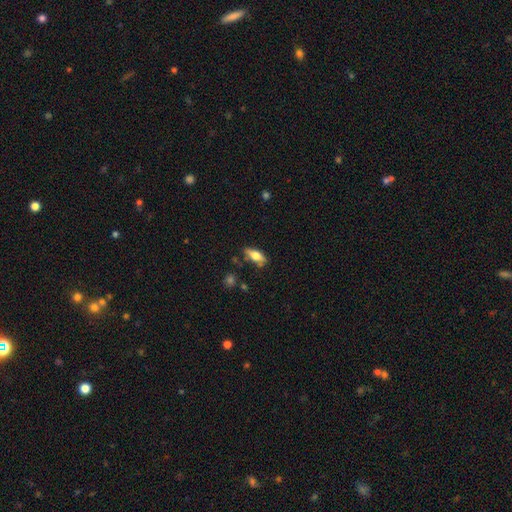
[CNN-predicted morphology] Smooth or featured: smooth — 59% (featured or disk — 34%)
How rounded: in between — 70% (cigar-shaped — 26%)
Merging: none — 70% (minor disturbance — 20%)